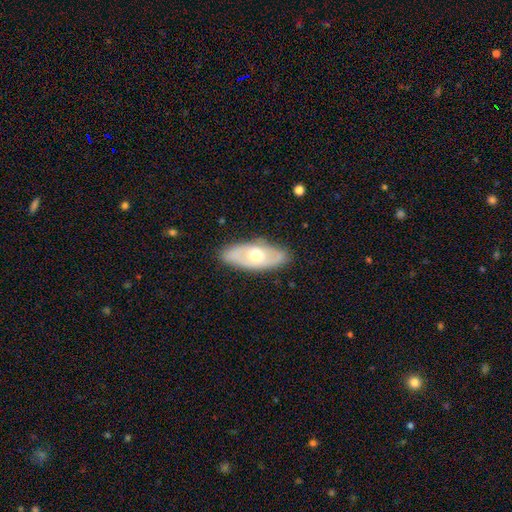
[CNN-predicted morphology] type=featured or disk (49%); merging=none (82%).